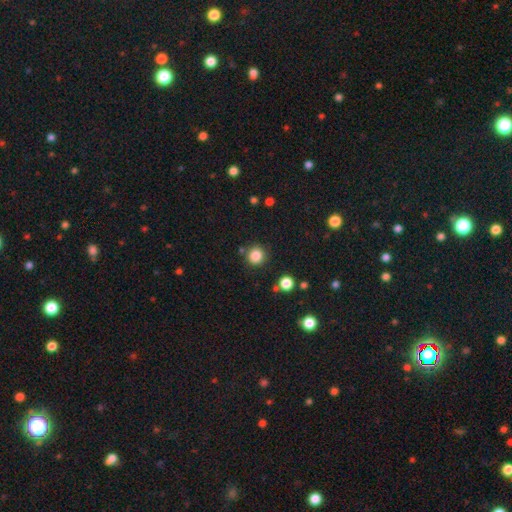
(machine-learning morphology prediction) A smooth galaxy with no disk features (85%) that is round (91%).

Vote fractions:
- Smooth or featured? smooth: 85% / star or artifact: 12% / featured or disk: 4%
- How rounded? round: 91% / in between: 8% / cigar-shaped: 1%
- Merging? none: 84% / minor disturbance: 8% / merger: 5% / major disturbance: 3%